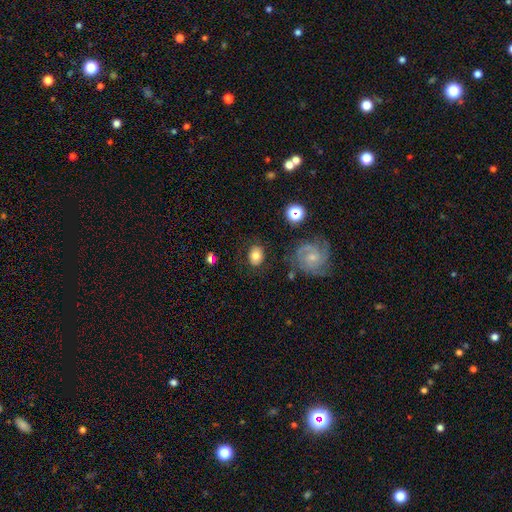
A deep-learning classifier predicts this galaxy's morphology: Smooth or featured? smooth (74%)
How rounded? in between (59%)
Merging? none (80%)